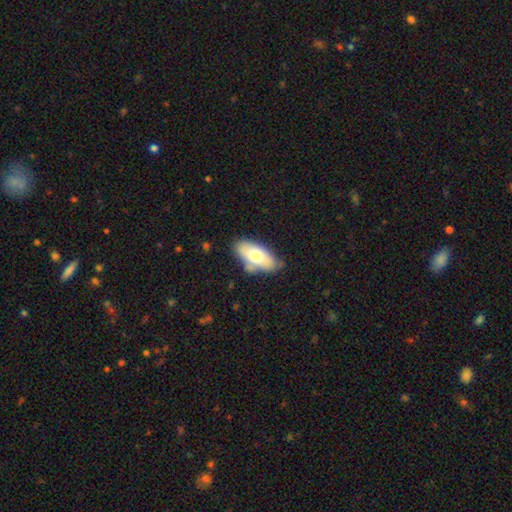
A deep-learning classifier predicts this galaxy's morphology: This appears to be a smooth galaxy with no disk features (68%) that is in between round and cigar-shaped (88%). Merging: none (68%).